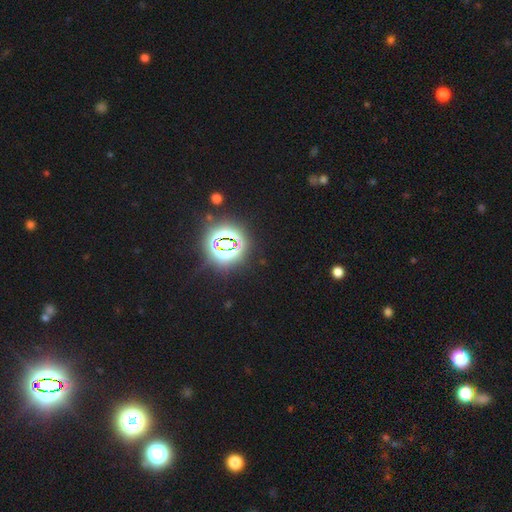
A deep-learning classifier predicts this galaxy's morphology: Smooth or featured? star or artifact (82%)